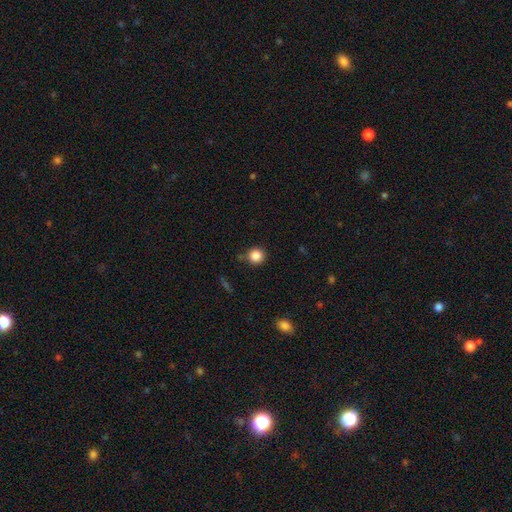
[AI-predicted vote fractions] Smooth or featured: smooth — 86% (star or artifact — 11%)
How rounded: round — 93% (in between — 6%)
Merging: none — 83% (minor disturbance — 10%)